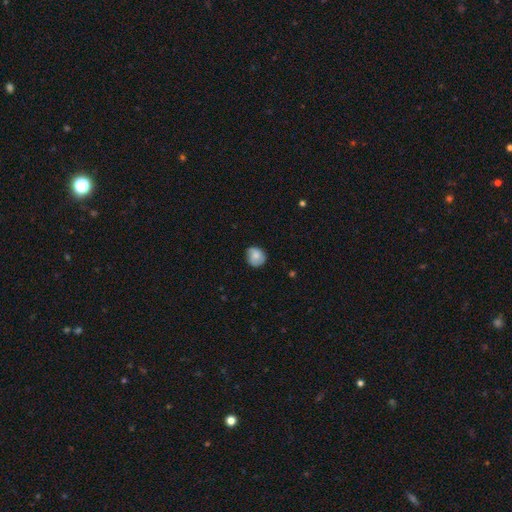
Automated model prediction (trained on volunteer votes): smooth 72%, featured or disk 20%, star or artifact 8%. Down the decision tree: how rounded — round (79%); merging — none (72%).